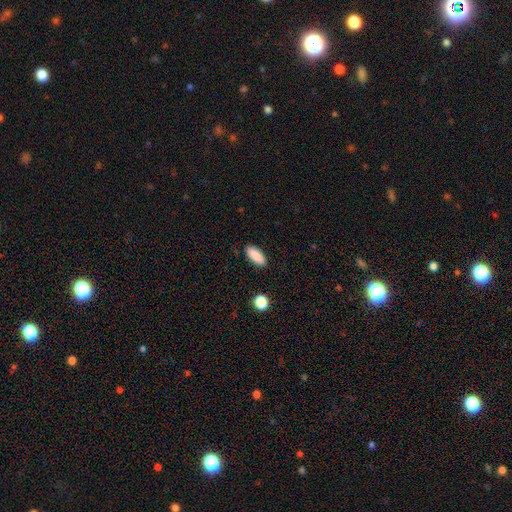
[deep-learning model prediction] Smooth or featured: smooth — 88% (star or artifact — 7%)
How rounded: in between — 81% (cigar-shaped — 17%)
Merging: none — 88% (minor disturbance — 9%)